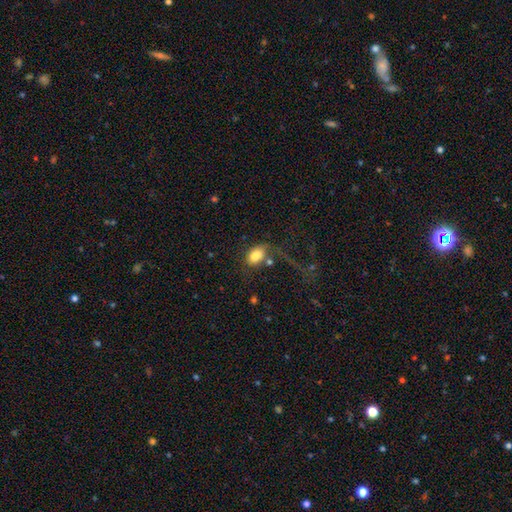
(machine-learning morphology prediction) Smooth or featured: smooth — 81% (featured or disk — 10%)
How rounded: in between — 87% (round — 12%)
Merging: none — 46% (merger — 19%)